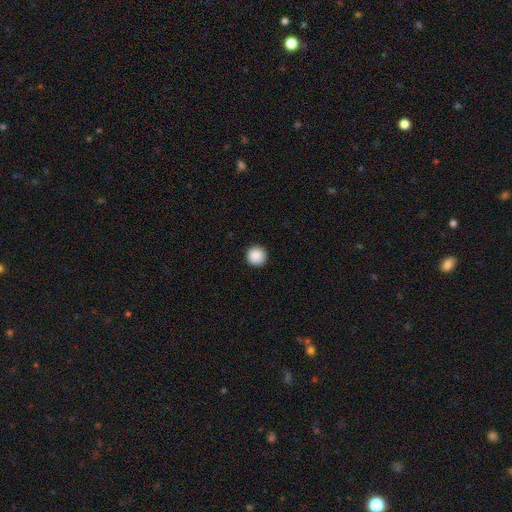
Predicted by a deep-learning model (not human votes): Smooth or featured: smooth — 89% (star or artifact — 8%)
How rounded: round — 96% (in between — 3%)
Merging: none — 93% (minor disturbance — 5%)